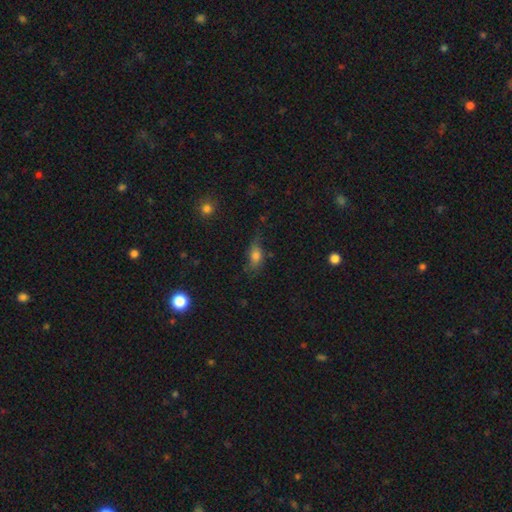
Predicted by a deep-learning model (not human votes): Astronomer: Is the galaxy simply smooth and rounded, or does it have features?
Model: smooth — 71%.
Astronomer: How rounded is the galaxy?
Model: in between — 82%.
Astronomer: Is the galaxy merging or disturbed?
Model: none — 54% (runner-up: minor disturbance, 30%).